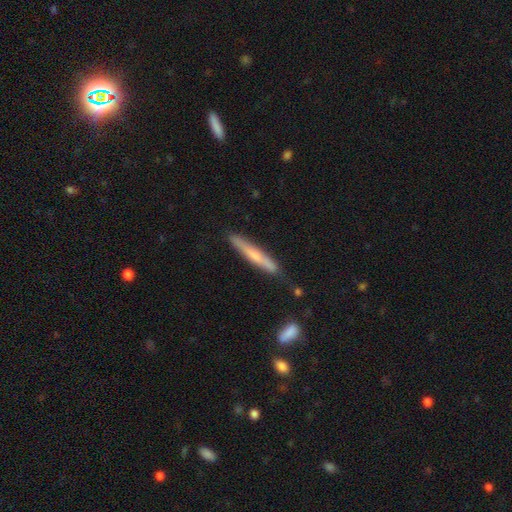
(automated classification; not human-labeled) smooth 53%, featured or disk 41%, star or artifact 6%. Down the decision tree: how rounded — cigar-shaped (95%); merging — none (81%).